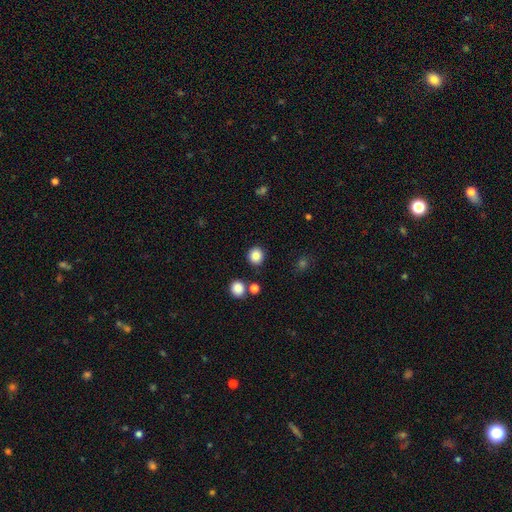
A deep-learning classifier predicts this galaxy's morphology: smooth-or-featured: smooth: 85% | star or artifact: 10% | featured or disk: 4%
  how-rounded: round: 90% | in between: 9% | cigar-shaped: 1%
  merging: none: 89% | minor disturbance: 6% | merger: 3% | major disturbance: 2%